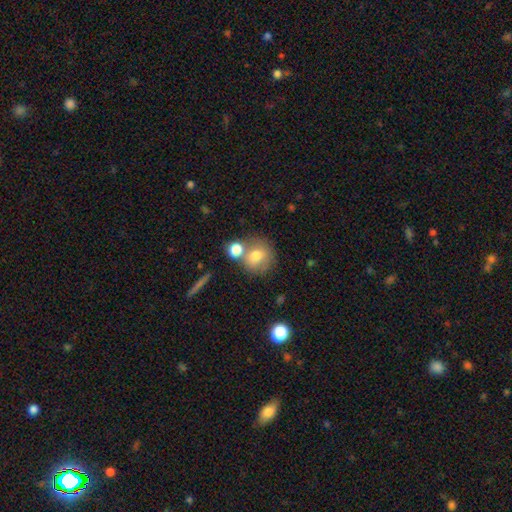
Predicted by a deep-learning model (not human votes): smooth-or-featured: smooth: 73% | featured or disk: 16% | star or artifact: 11%
  how-rounded: round: 79% | in between: 20% | cigar-shaped: 1%
  merging: none: 52% | merger: 29% | minor disturbance: 13% | major disturbance: 5%